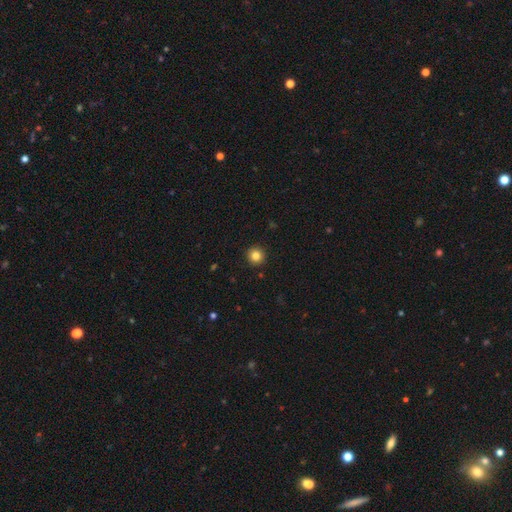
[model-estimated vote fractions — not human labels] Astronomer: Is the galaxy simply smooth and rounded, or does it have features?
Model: smooth — 83%.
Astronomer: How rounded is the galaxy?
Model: round — 95%.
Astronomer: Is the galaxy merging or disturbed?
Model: none — 93%.